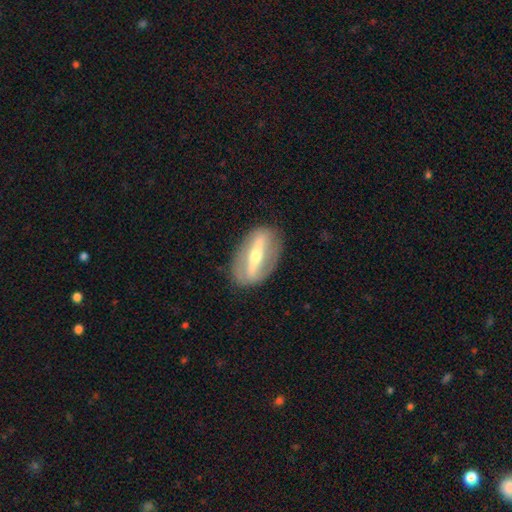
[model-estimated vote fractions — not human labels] Smooth or featured? Predicted: featured or disk (p=0.76). Edge-on disk? Predicted: no (p=0.68). Bar? Predicted: strong (p=0.82). Spiral arms? Predicted: no (p=0.67). Bulge size? Predicted: moderate (p=0.60). Merging? Predicted: none (p=0.83).